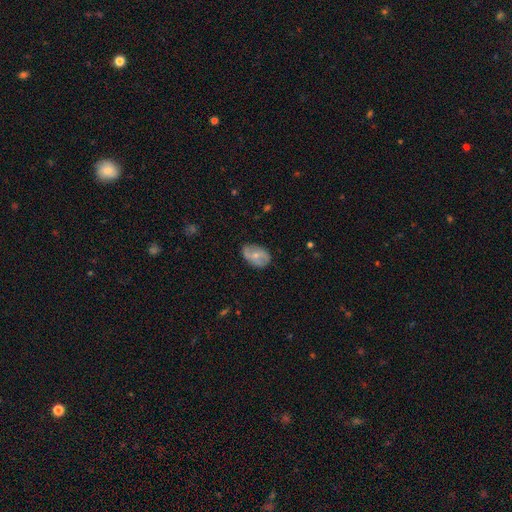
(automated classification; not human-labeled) Morphology: type=featured or disk (51%); edge-on=no (94%); merging=none (74%).